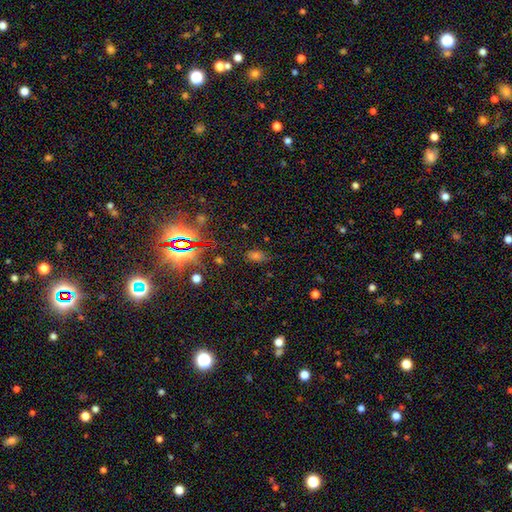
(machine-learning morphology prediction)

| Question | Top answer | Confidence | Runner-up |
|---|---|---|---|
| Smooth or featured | star or artifact | 53% | smooth (38%) |